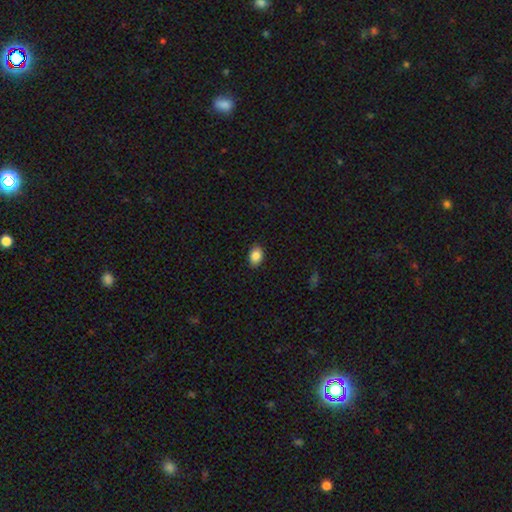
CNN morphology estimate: This is clearly a smooth galaxy (87%). How rounded: clearly in between (81%). Merging: clearly none (88%).